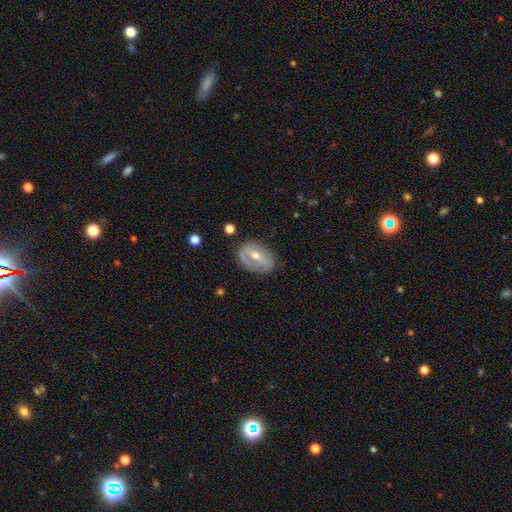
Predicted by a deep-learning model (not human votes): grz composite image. It shows a featured or disk galaxy (63%) with a strong bar (38%), no spiral arms (50%, tied with yes) and a moderate central bulge (62%). Merging: none (72%).